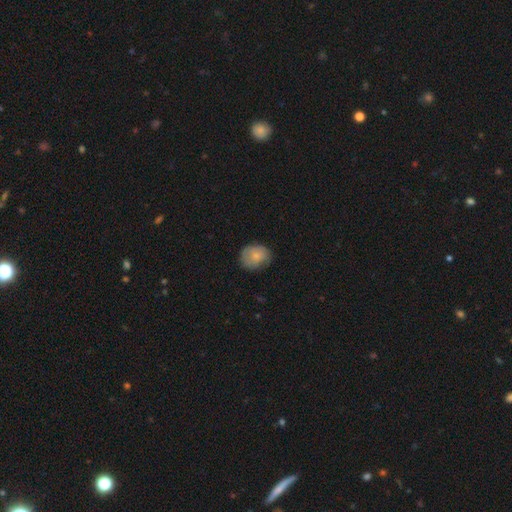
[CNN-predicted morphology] Smooth or featured? smooth (74%)
How rounded? round (58%)
Merging? none (67%)